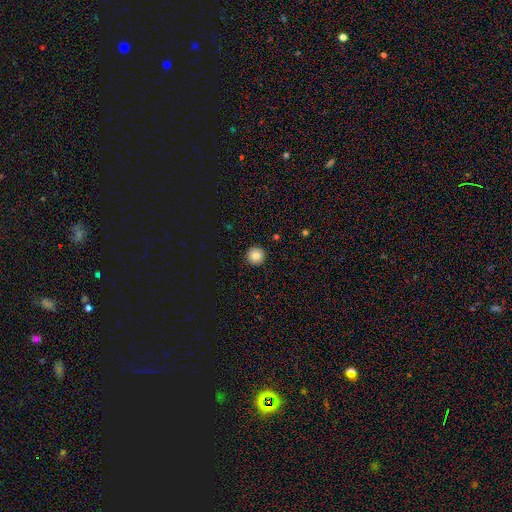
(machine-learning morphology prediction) type=smooth (81%); roundness=round (96%); merging=none (93%).